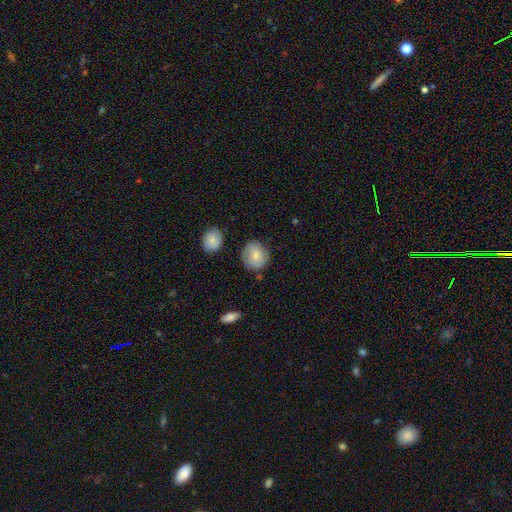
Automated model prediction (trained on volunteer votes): smooth_or_featured: smooth (p=0.74) [alt: featured or disk p=0.19]
how_rounded: round (p=0.87) [alt: in between p=0.12]
merging: none (p=0.77) [alt: minor disturbance p=0.16]